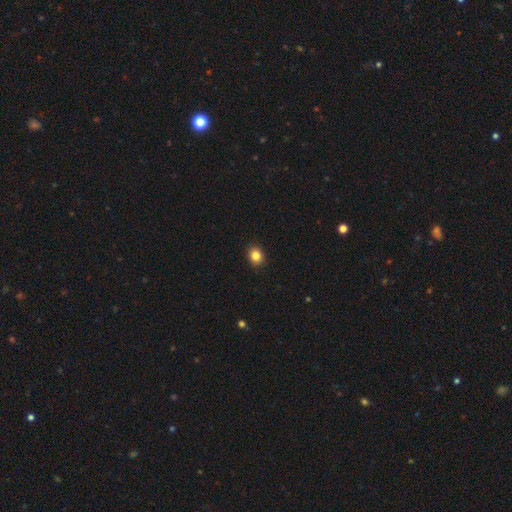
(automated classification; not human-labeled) Morphology: type=smooth (85%); roundness=round (61%); merging=none (91%).